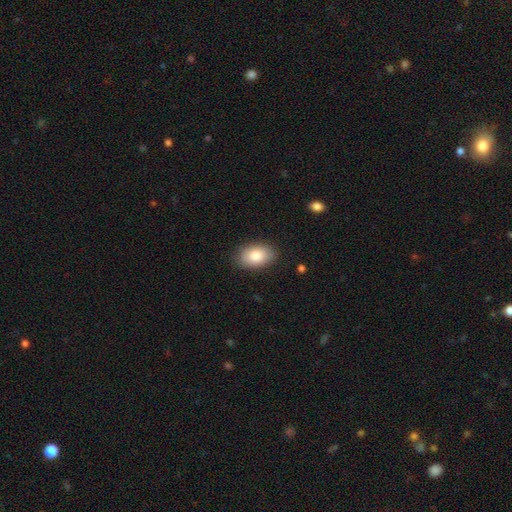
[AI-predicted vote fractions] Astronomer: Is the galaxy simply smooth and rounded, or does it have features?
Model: smooth — 85%.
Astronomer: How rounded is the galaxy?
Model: in between — 91%.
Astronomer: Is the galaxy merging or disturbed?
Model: none — 84%.